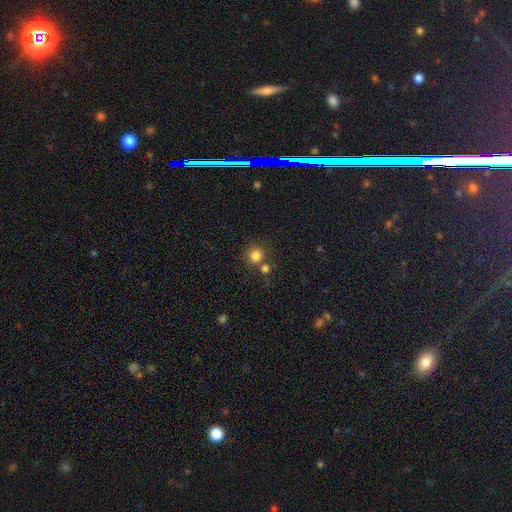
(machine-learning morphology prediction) Q: Smooth or featured?
A: smooth (80%); runner-up: star or artifact (13%)
Q: How rounded?
A: round (92%); runner-up: in between (7%)
Q: Merging?
A: none (68%); runner-up: merger (20%)